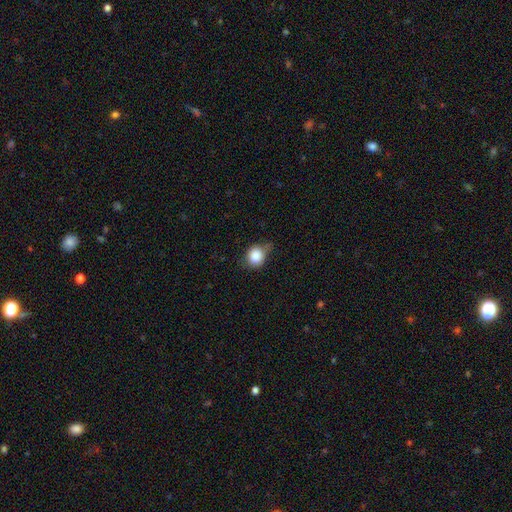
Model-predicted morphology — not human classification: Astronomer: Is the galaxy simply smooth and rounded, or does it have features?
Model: smooth — 85%.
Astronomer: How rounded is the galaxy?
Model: round — 75%.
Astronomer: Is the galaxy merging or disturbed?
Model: none — 55% (runner-up: minor disturbance, 34%).